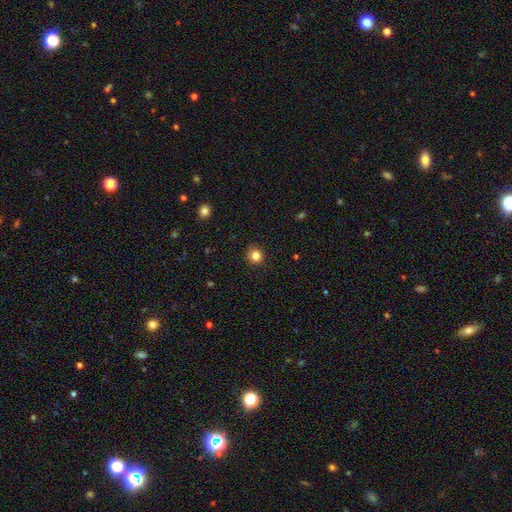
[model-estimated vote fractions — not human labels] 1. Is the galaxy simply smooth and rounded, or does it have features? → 82% smooth, 12% star or artifact, 5% featured or disk.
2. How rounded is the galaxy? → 88% round, 11% in between, 1% cigar-shaped.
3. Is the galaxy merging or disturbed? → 89% none, 8% minor disturbance, 2% major disturbance, 1% merger.